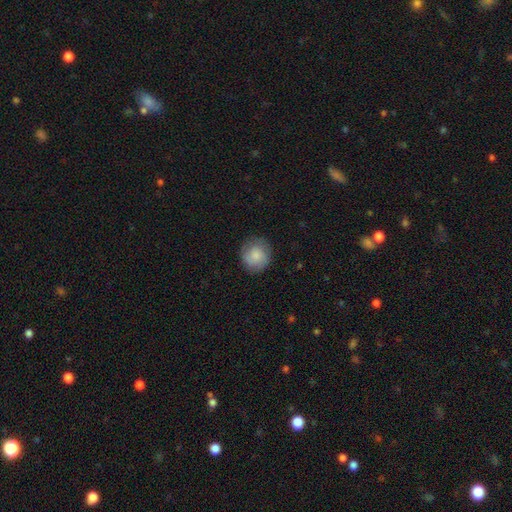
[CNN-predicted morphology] This is clearly a smooth galaxy (82%). How rounded: clearly round (89%). Merging: clearly none (81%).